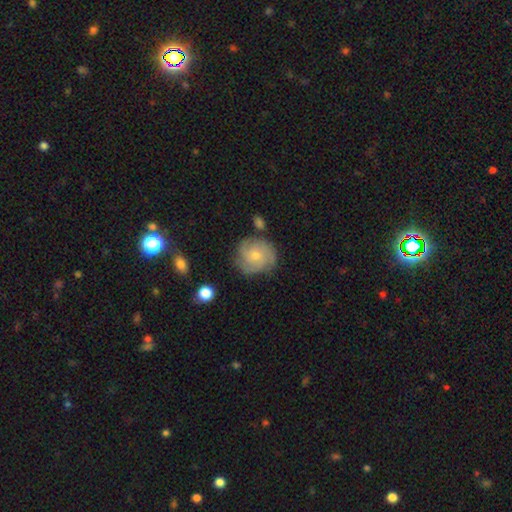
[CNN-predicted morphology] This appears to be a featured or disk galaxy (61%) with no bar (77%), 3 (33%) tight (52%) spiral arms (90%) and a small central bulge (57%). Merging: none (71%).